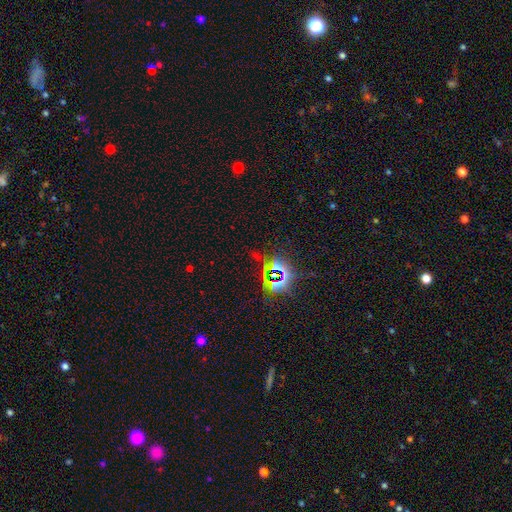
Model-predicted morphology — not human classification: type=star or artifact (77%).